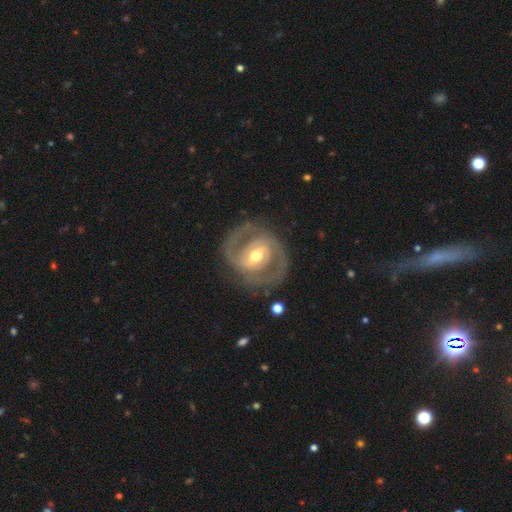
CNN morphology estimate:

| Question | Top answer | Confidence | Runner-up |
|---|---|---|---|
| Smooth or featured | featured or disk | 88% | smooth (7%) |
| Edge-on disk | no | 97% | yes (3%) |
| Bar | strong | 39% | weak (38%) |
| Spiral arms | yes | 92% | no (8%) |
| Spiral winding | medium | 46% | tight (43%) |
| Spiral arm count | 2 | 88% | can't tell (5%) |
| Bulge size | moderate | 60% | small (34%) |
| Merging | none | 79% | minor disturbance (13%) |